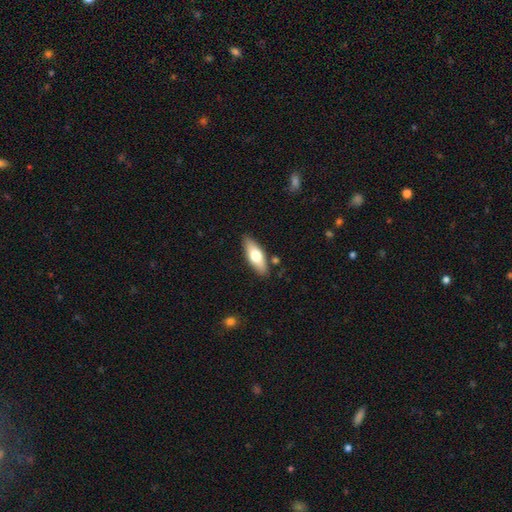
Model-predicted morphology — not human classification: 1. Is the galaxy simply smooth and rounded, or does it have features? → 63% smooth, 32% featured or disk, 6% star or artifact.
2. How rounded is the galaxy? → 66% in between, 32% cigar-shaped, 3% round.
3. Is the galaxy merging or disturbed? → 85% none, 10% minor disturbance, 3% merger, 2% major disturbance.